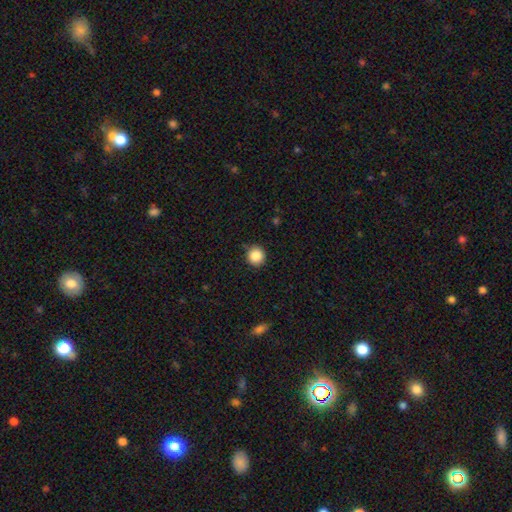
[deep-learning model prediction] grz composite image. It shows a smooth galaxy with no disk features (87%) that is round (93%). Merging: none (87%).